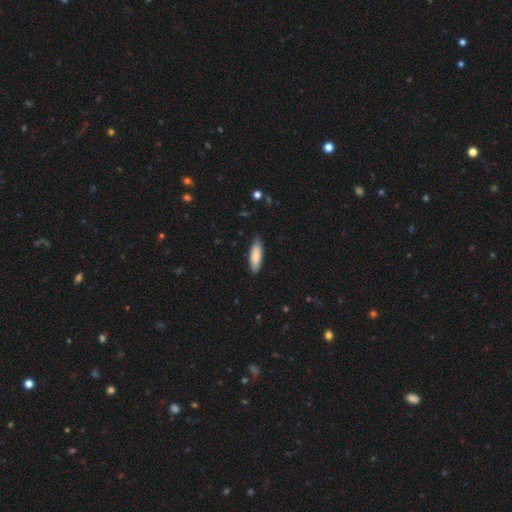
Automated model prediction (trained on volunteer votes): smooth 81%, featured or disk 13%, star or artifact 5%. Down the decision tree: how rounded — in between (50%); merging — none (84%).